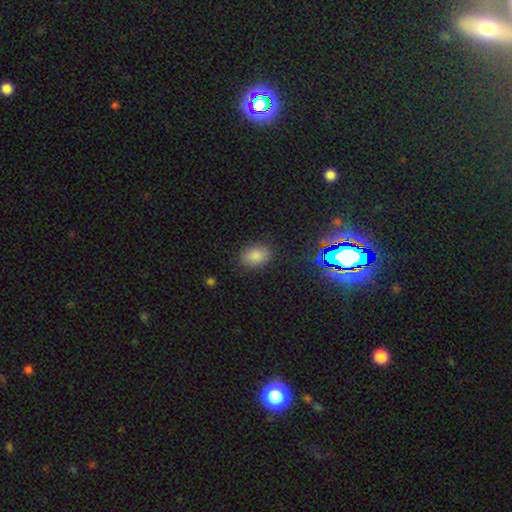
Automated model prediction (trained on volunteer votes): A smooth galaxy with no disk features (83%) that is in between round and cigar-shaped (81%). Merging: none (85%).